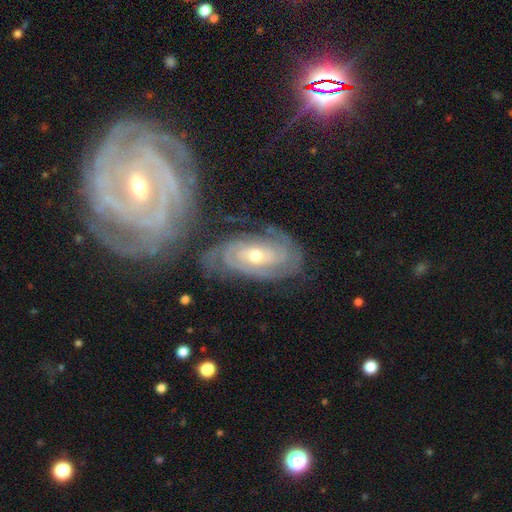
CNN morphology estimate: featured or disk 85%, smooth 9%, star or artifact 6%. Down the decision tree: edge-on disk — no (94%); bar — no (55%); spiral arms — yes (95%); spiral arm count — can't tell (32%); spiral winding — tight (75%); bulge size — moderate (61%); merging — none (68%).